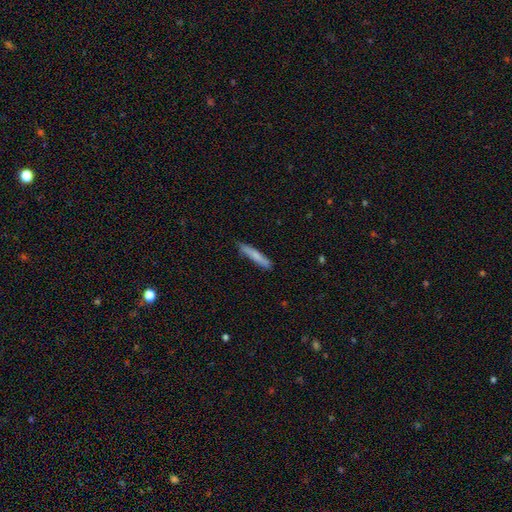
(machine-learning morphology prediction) smooth 76%, featured or disk 18%, star or artifact 6%. Down the decision tree: how rounded — cigar-shaped (93%); merging — none (84%).